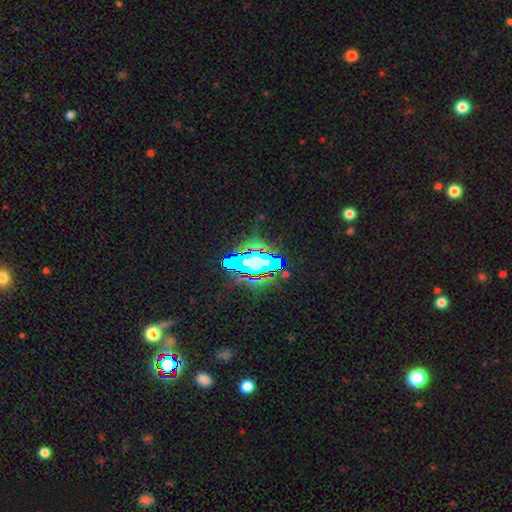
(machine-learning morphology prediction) Smooth or featured?
  - star or artifact: 80% *
  - smooth: 11%
  - featured or disk: 9%